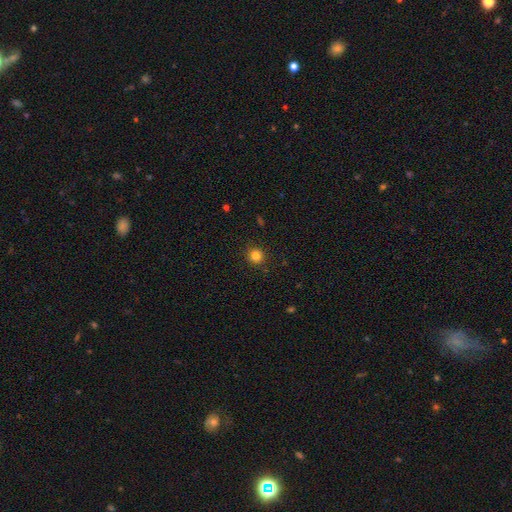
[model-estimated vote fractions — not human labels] Smooth or featured?
  - smooth: 83% *
  - star or artifact: 12%
  - featured or disk: 5%
How rounded?
  - round: 93% *
  - in between: 6%
  - cigar-shaped: 1%
Merging?
  - none: 91% *
  - minor disturbance: 6%
  - major disturbance: 2%
  - merger: 1%